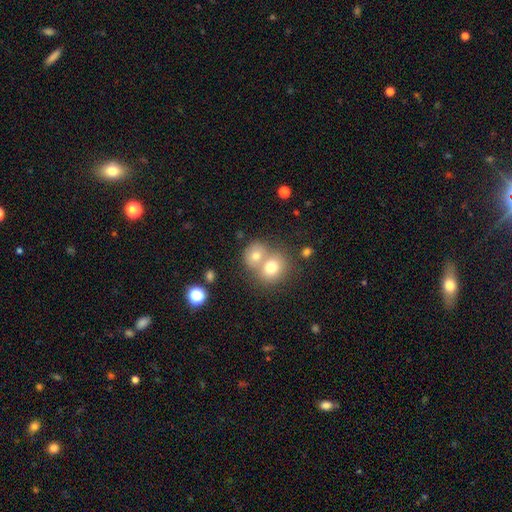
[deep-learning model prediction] Smooth or featured: smooth — 73% (featured or disk — 16%)
How rounded: round — 72% (in between — 27%)
Merging: merger — 60% (none — 30%)